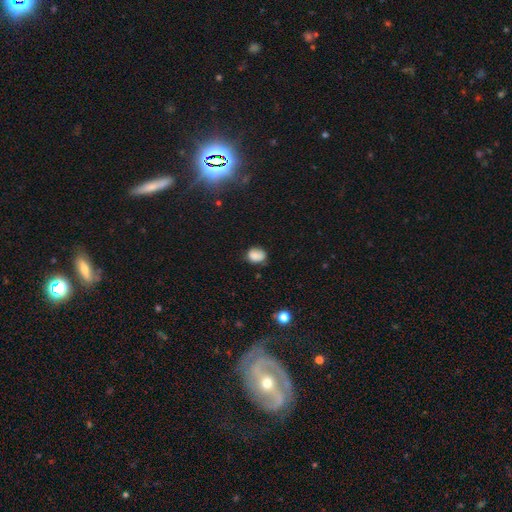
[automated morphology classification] smooth 81%, star or artifact 10%, featured or disk 8%. Down the decision tree: how rounded — in between (56%); merging — none (63%).